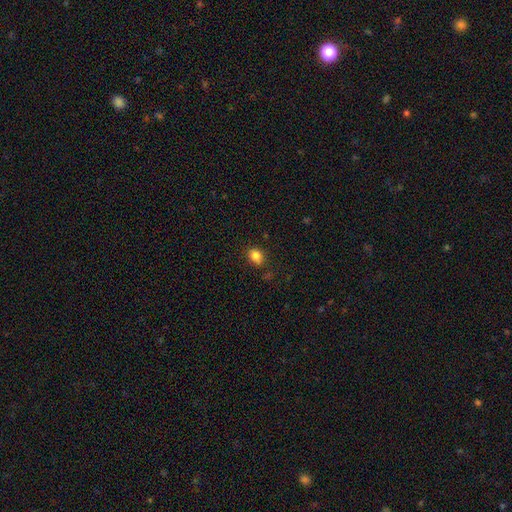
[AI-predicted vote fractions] This appears to be a smooth galaxy with no disk features (83%) that is in between round and cigar-shaped (57%). Merging: none (80%).